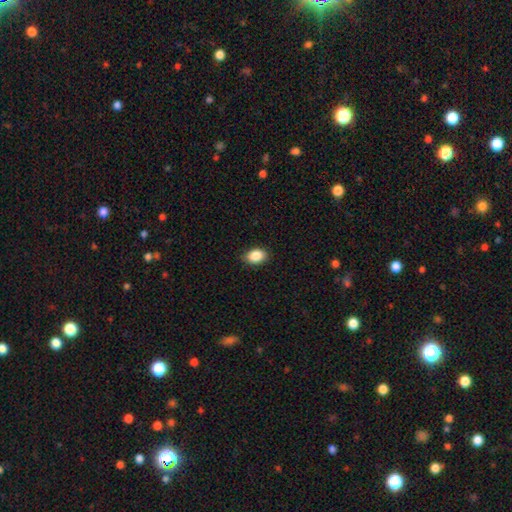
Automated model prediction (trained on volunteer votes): This is clearly a smooth galaxy (87%). How rounded: likely in between (80%). Merging: clearly none (87%).